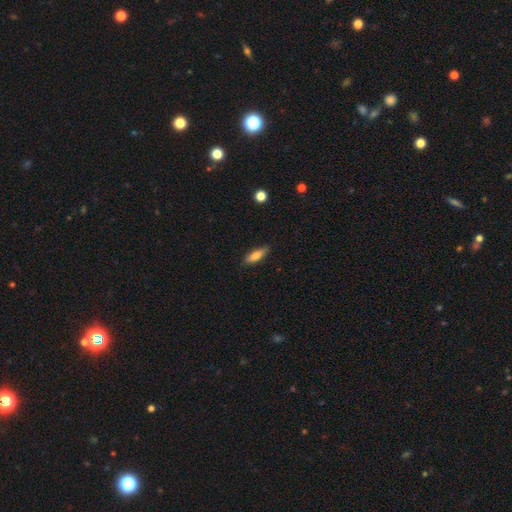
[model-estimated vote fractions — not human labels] smooth-or-featured: smooth: 74% | featured or disk: 19% | star or artifact: 7%
  how-rounded: in between: 50% | cigar-shaped: 47% | round: 2%
  merging: none: 85% | minor disturbance: 12% | major disturbance: 2% | merger: 1%